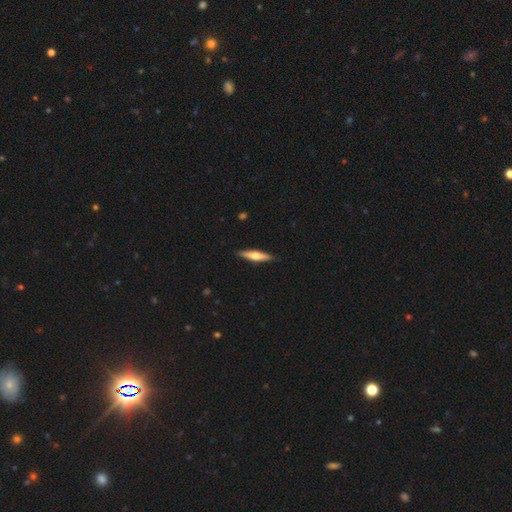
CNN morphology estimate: smooth-or-featured: featured or disk: 50% | smooth: 44% | star or artifact: 5%
  disk-edge-on: yes: 95% | no: 5%
  merging: none: 90% | minor disturbance: 7% | major disturbance: 1% | merger: 1%